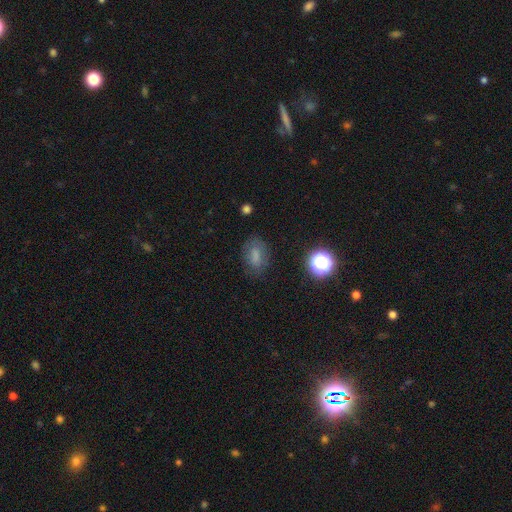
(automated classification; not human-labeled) A smooth galaxy with no disk features (68%) that is in between round and cigar-shaped (79%). Merging: none (71%).